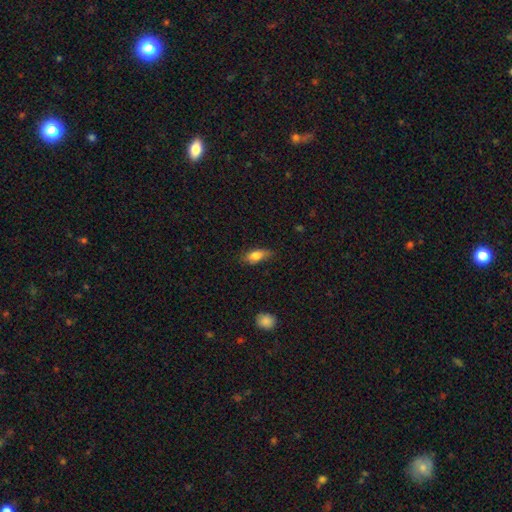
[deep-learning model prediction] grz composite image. It shows a smooth galaxy with no disk features (78%) that is in between round and cigar-shaped (78%). Merging: none (72%).